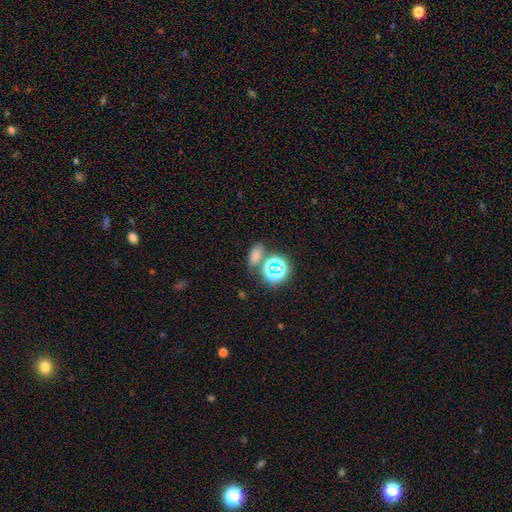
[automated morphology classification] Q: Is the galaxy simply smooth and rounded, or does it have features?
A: smooth — 65%.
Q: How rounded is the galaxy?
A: in between — 74%.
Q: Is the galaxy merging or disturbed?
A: none — 67%.